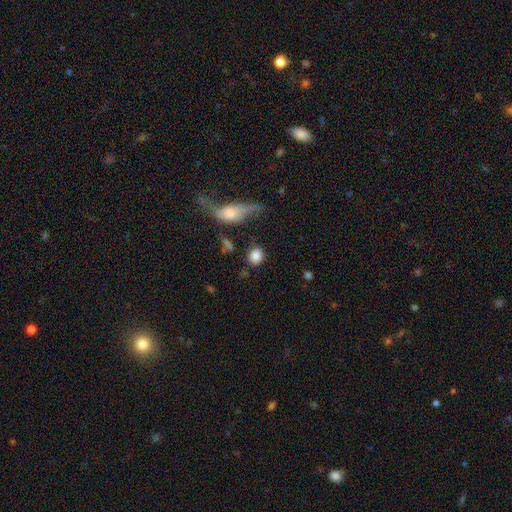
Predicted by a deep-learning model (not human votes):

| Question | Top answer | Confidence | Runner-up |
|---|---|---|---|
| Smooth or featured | smooth | 84% | star or artifact (8%) |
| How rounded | round | 72% | in between (26%) |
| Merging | none | 75% | minor disturbance (12%) |